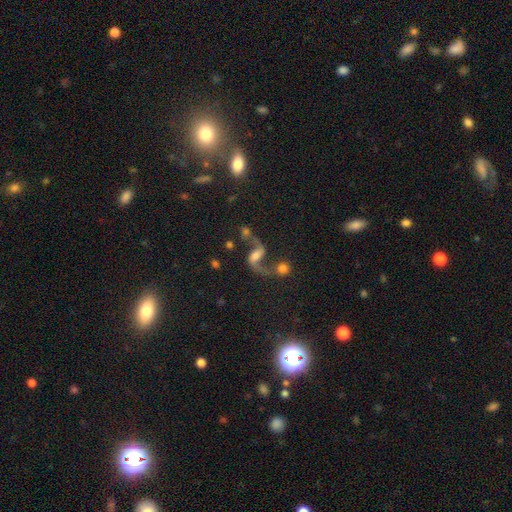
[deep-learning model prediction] Overall: featured or disk (79%). Edge-on disk: no (96%). Bar: weak (43%; no 37%). Spiral arms: yes (93%). Spiral arm count: 2 (92%). Spiral winding: loose (88%). Bulge size: moderate (40%; small 25%). Merging: none (48%; merger 26%).